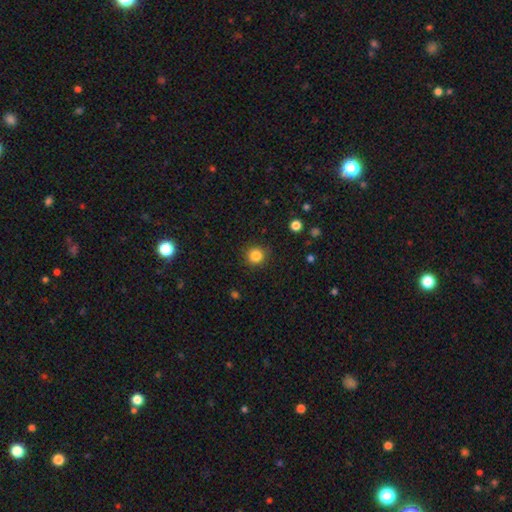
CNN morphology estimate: smooth_or_featured: smooth (p=0.84) [alt: star or artifact p=0.11]
how_rounded: round (p=0.93) [alt: in between p=0.06]
merging: none (p=0.90) [alt: minor disturbance p=0.07]